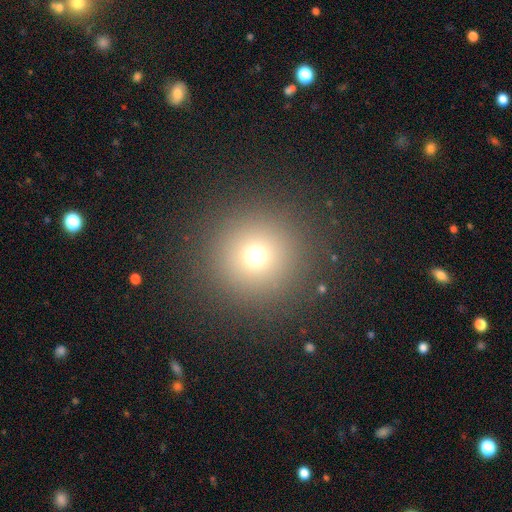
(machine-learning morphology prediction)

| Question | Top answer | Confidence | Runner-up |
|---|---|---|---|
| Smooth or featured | smooth | 70% | star or artifact (21%) |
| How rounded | round | 96% | in between (3%) |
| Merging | none | 90% | minor disturbance (5%) |